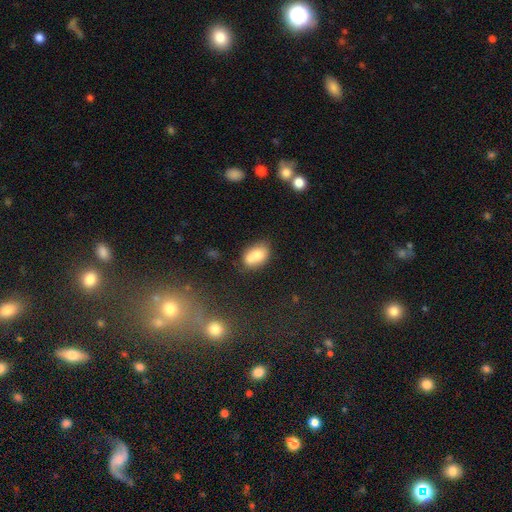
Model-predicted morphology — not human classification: Smooth or featured? Predicted: smooth (p=0.74). How rounded? Predicted: in between (p=0.82). Merging? Predicted: none (p=0.42).